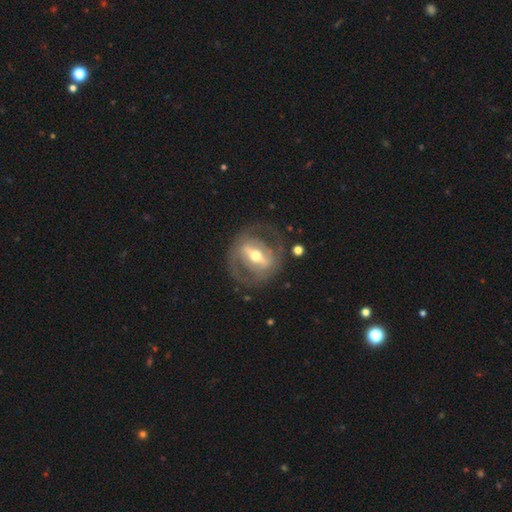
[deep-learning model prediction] smooth_or_featured: featured or disk (p=0.80) [alt: smooth p=0.15]
disk_edge_on: no (p=0.88) [alt: yes p=0.12]
bar: strong (p=0.68) [alt: weak p=0.21]
has_spiral_arms: no (p=0.53) [alt: yes p=0.47]
bulge_size: moderate (p=0.70) [alt: small p=0.19]
merging: none (p=0.73) [alt: minor disturbance p=0.13]